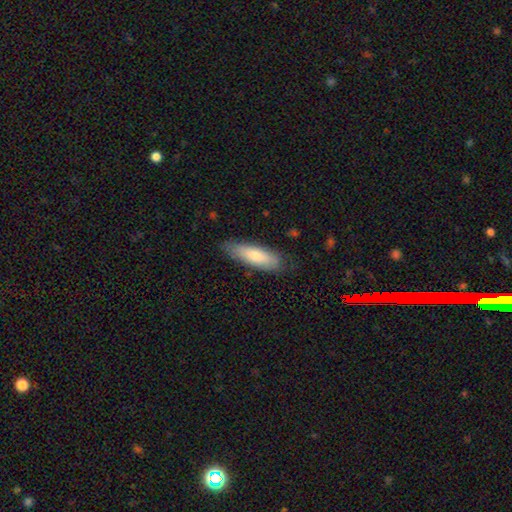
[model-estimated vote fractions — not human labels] smooth_or_featured: smooth (p=0.77) [alt: featured or disk p=0.17]
how_rounded: in between (p=0.50) [alt: cigar-shaped p=0.49]
merging: none (p=0.79) [alt: minor disturbance p=0.17]